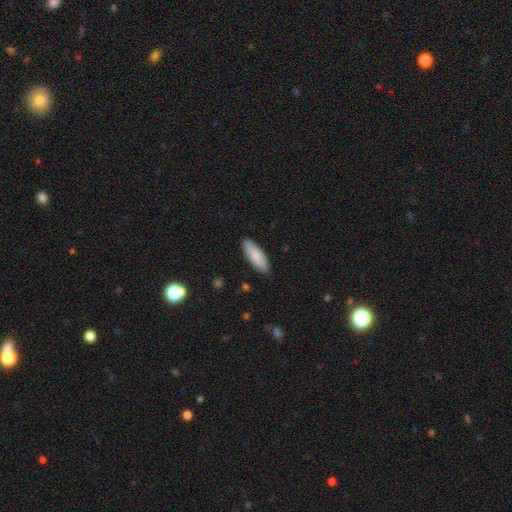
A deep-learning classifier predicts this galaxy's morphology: This appears to be a smooth galaxy with no disk features (87%) that is in between round and cigar-shaped (60%). Merging: none (88%).